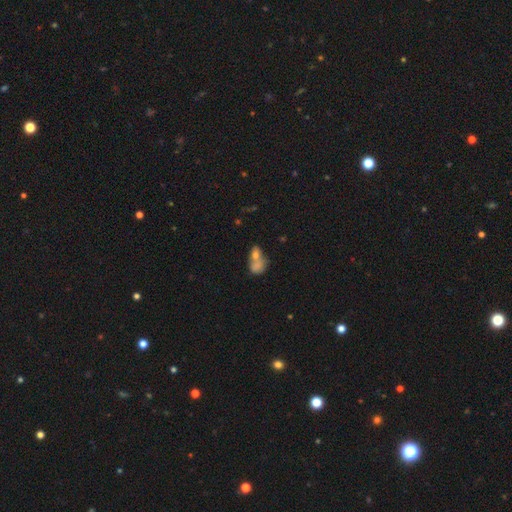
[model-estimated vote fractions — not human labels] A smooth galaxy with no disk features (72%) that is in between round and cigar-shaped (71%). Merging: merger (62%).